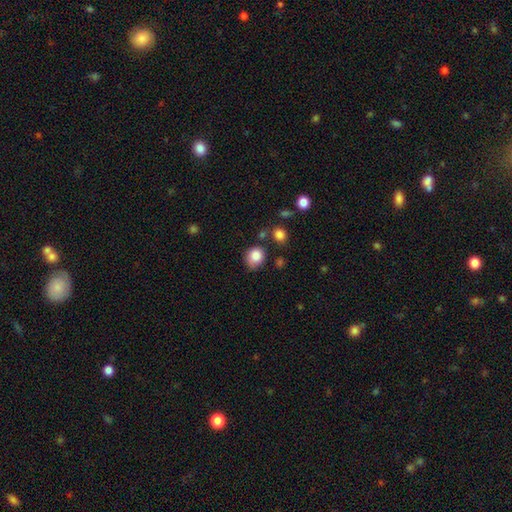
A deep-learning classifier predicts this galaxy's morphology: Q: Smooth or featured?
A: smooth (85%); runner-up: star or artifact (9%)
Q: How rounded?
A: round (74%); runner-up: in between (26%)
Q: Merging?
A: none (65%); runner-up: minor disturbance (24%)